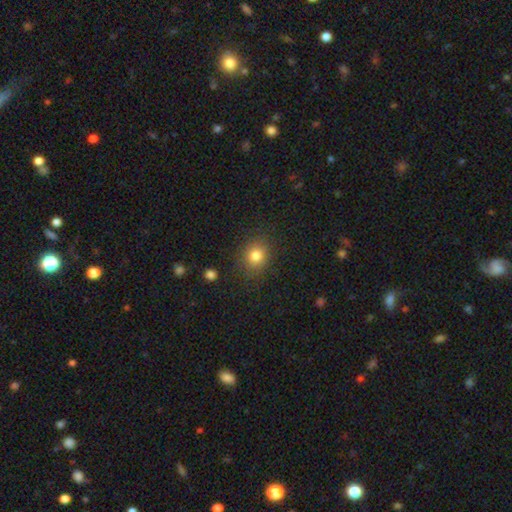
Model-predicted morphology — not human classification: A smooth galaxy with no disk features (81%) that is round (74%).

Vote fractions:
- Smooth or featured? smooth: 81% / star or artifact: 12% / featured or disk: 7%
- How rounded? round: 74% / in between: 25% / cigar-shaped: 1%
- Merging? none: 85% / minor disturbance: 10% / major disturbance: 4% / merger: 1%